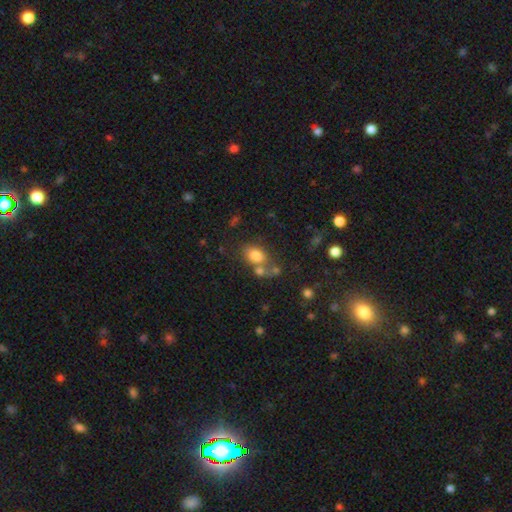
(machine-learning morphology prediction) smooth-or-featured: smooth: 78% | star or artifact: 11% | featured or disk: 11%
  how-rounded: in between: 73% | round: 26% | cigar-shaped: 1%
  merging: none: 49% | merger: 30% | minor disturbance: 14% | major disturbance: 7%